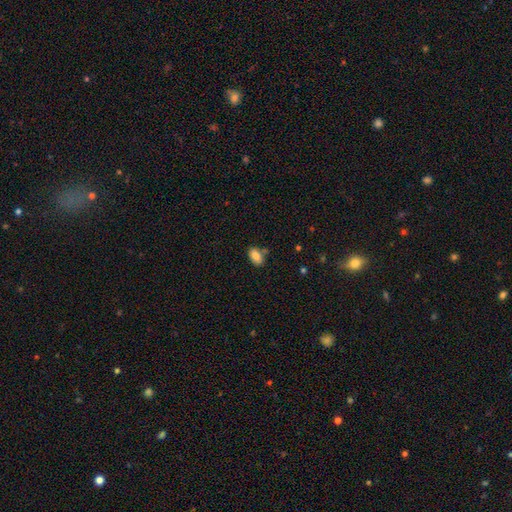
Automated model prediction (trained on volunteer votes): Smooth or featured: smooth — 86% (star or artifact — 8%)
How rounded: in between — 91% (round — 7%)
Merging: none — 75% (minor disturbance — 14%)